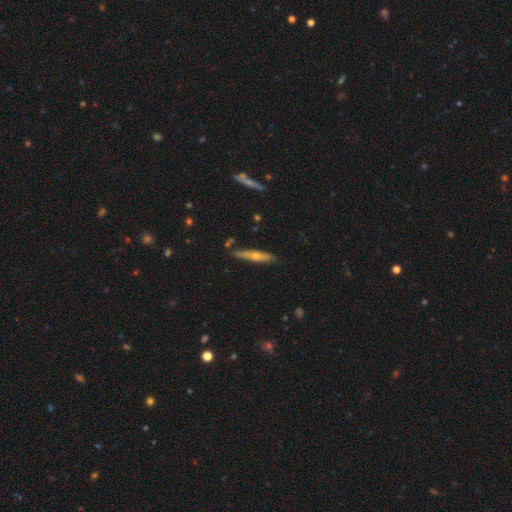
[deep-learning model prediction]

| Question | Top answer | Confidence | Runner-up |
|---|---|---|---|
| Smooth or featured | featured or disk | 56% | smooth (36%) |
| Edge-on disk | yes | 90% | no (10%) |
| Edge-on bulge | rounded | 86% | none (11%) |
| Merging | none | 83% | minor disturbance (12%) |